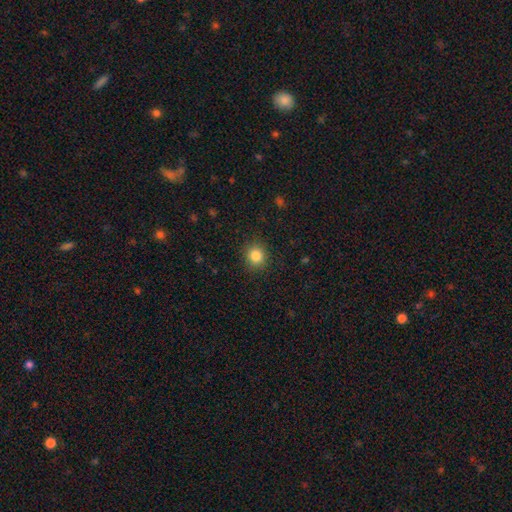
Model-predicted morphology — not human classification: This appears to be a smooth galaxy with no disk features (84%) that is round (87%). Merging: none (90%).